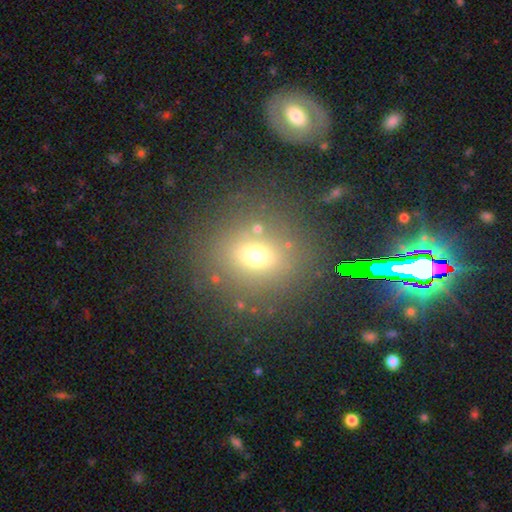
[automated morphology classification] This is likely a smooth galaxy (65%). How rounded: likely round (77%). Merging: likely none (79%).